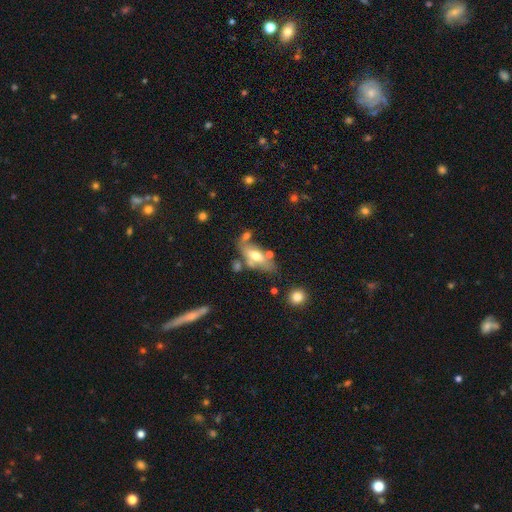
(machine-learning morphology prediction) smooth-or-featured: featured or disk: 47% | smooth: 46% | star or artifact: 7%
  merging: none: 43% | merger: 24% | minor disturbance: 20% | major disturbance: 12%